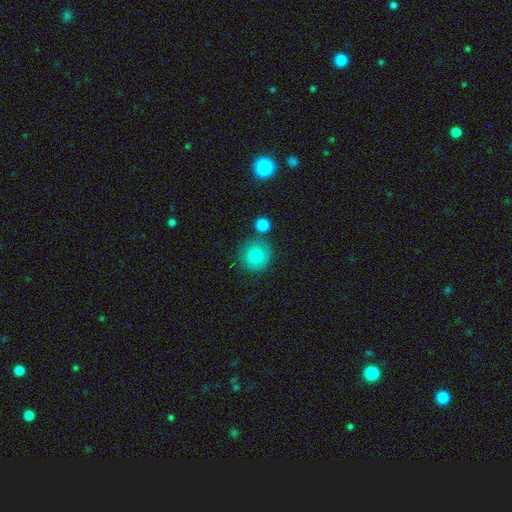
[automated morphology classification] A smooth galaxy with no disk features (81%) that is round (93%).

Vote fractions:
- Smooth or featured? smooth: 81% / featured or disk: 10% / star or artifact: 9%
- How rounded? round: 93% / in between: 6% / cigar-shaped: 1%
- Merging? none: 77% / minor disturbance: 10% / merger: 10% / major disturbance: 3%